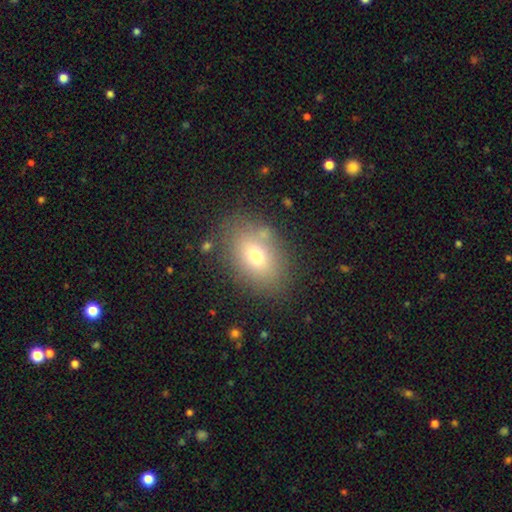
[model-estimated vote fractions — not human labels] A smooth galaxy with no disk features (69%) that is in between round and cigar-shaped (78%).

Vote fractions:
- Smooth or featured? smooth: 69% / featured or disk: 17% / star or artifact: 13%
- How rounded? in between: 78% / round: 21% / cigar-shaped: 1%
- Merging? none: 79% / minor disturbance: 12% / major disturbance: 5% / merger: 4%